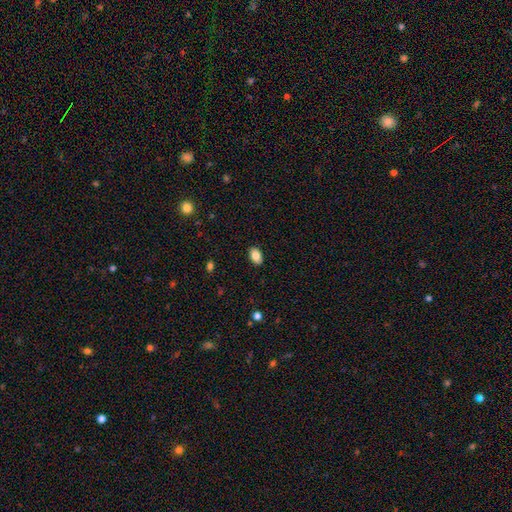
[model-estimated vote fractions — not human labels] Morphology: type=smooth (85%); roundness=in between (90%); merging=none (88%).